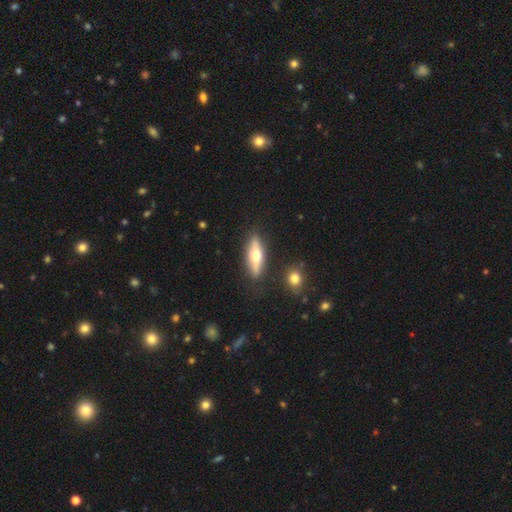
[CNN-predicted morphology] Smooth or featured?
  - smooth: 49% *
  - featured or disk: 45%
  - star or artifact: 6%
Merging?
  - none: 84% *
  - minor disturbance: 10%
  - merger: 3%
  - major disturbance: 3%